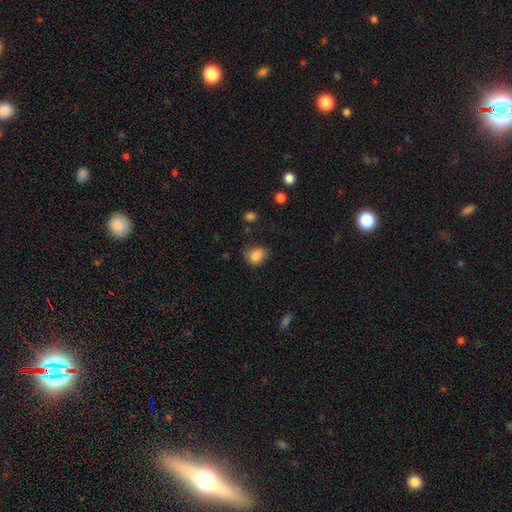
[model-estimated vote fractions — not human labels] Smooth or featured: smooth — 85% (star or artifact — 10%)
How rounded: round — 52% (in between — 47%)
Merging: none — 66% (minor disturbance — 25%)